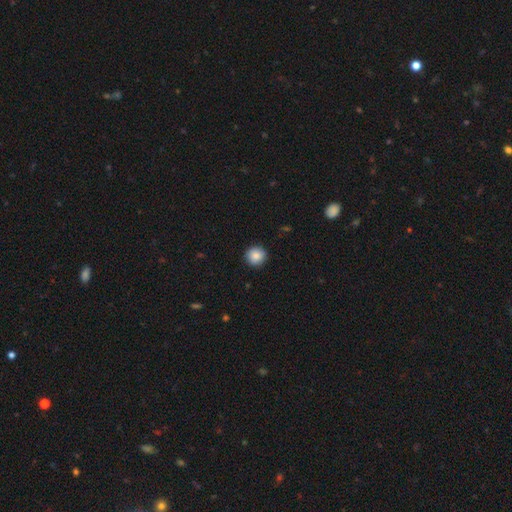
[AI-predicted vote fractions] This is clearly a smooth galaxy (86%). How rounded: clearly round (94%). Merging: clearly none (91%).